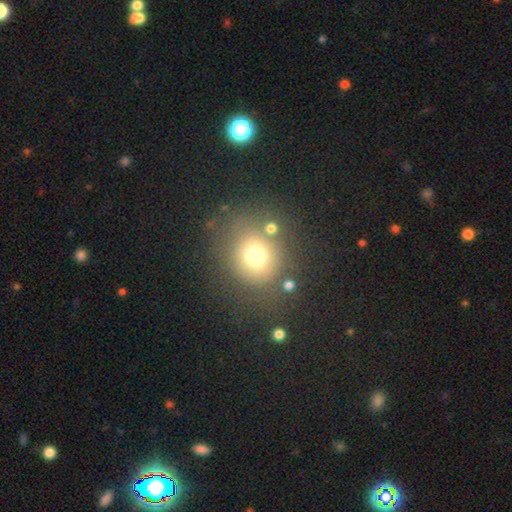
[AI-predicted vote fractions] Morphology: type=smooth (71%); roundness=round (84%); merging=none (73%).